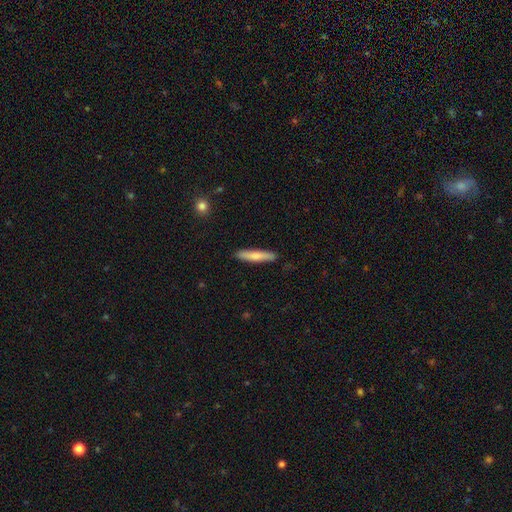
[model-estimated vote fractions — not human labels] Overall: smooth (72%). How rounded: cigar-shaped (89%). Merging: none (88%).